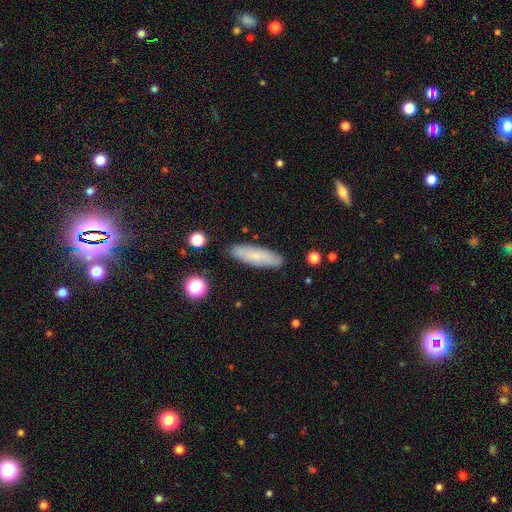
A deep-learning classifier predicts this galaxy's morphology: smooth 72%, featured or disk 20%, star or artifact 8%. Down the decision tree: how rounded — cigar-shaped (59%); merging — none (87%).